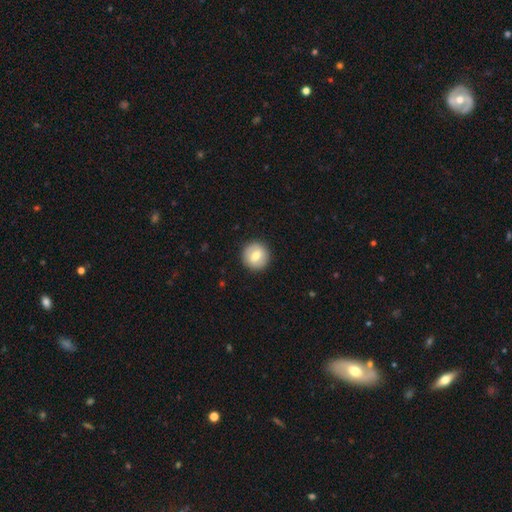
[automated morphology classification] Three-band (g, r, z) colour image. It shows a smooth galaxy with no disk features (67%) that is round (92%). Merging: none (91%).